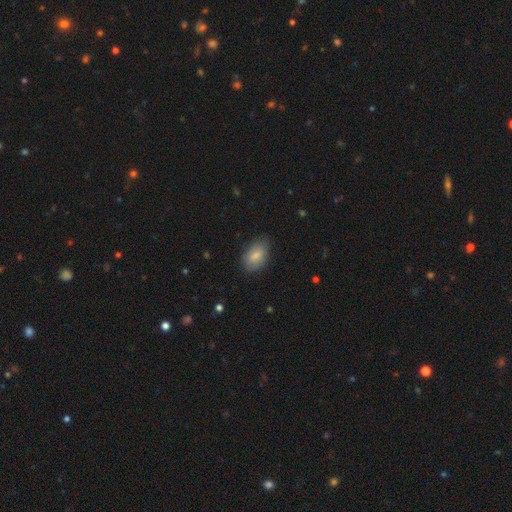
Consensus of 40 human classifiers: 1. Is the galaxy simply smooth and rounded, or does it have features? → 82% smooth, 10% star or artifact, 8% featured or disk.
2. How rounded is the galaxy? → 88% in between, 9% round, 3% cigar-shaped.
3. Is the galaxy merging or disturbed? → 61% none, 31% minor disturbance, 6% merger, 3% major disturbance.